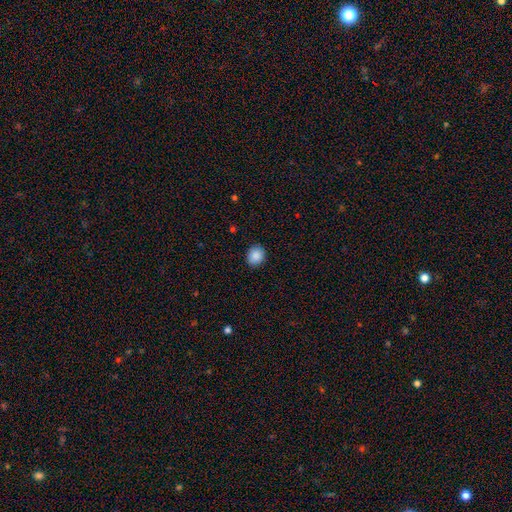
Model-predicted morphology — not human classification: smooth-or-featured: smooth: 88% | star or artifact: 9% | featured or disk: 4%
  how-rounded: round: 67% | in between: 32% | cigar-shaped: 1%
  merging: none: 90% | minor disturbance: 8% | major disturbance: 2% | merger: 1%